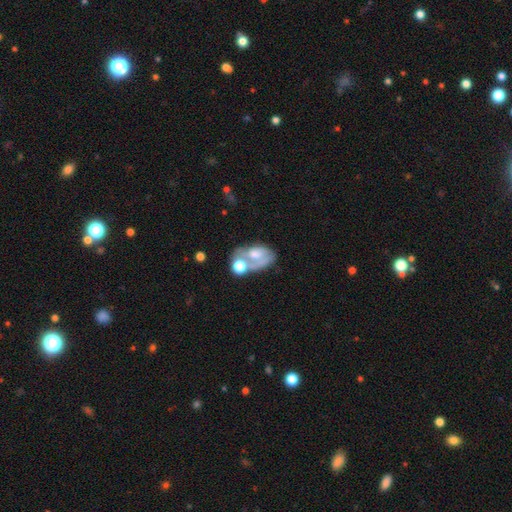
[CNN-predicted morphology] smooth-or-featured: smooth: 45% (tied) | featured or disk: 45% (tied) | star or artifact: 10%
  merging: merger: 42% | none: 22% | major disturbance: 21% | minor disturbance: 15%